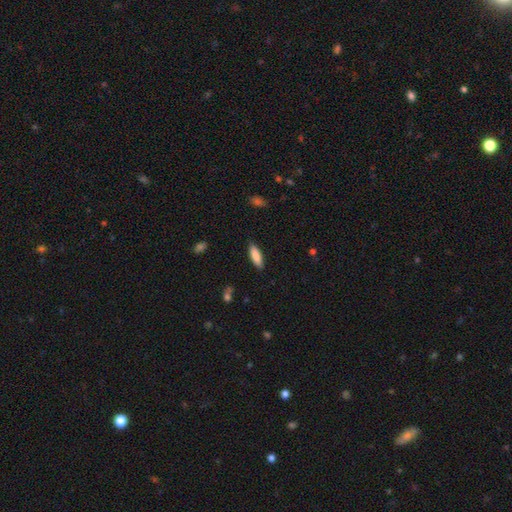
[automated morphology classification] Smooth or featured?
  - smooth: 84% *
  - featured or disk: 10%
  - star or artifact: 6%
How rounded?
  - in between: 50% *
  - cigar-shaped: 49%
  - round: 1%
Merging?
  - none: 87% *
  - minor disturbance: 9%
  - major disturbance: 2%
  - merger: 1%